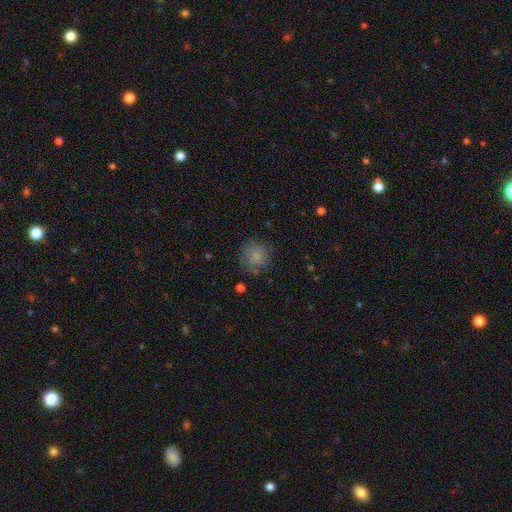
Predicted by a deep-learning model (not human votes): The model was most divided on "merging": none: 76%, minor disturbance: 16%, major disturbance: 6%, merger: 2%. More confident: how rounded — round (89%); smooth or featured — smooth (78%).